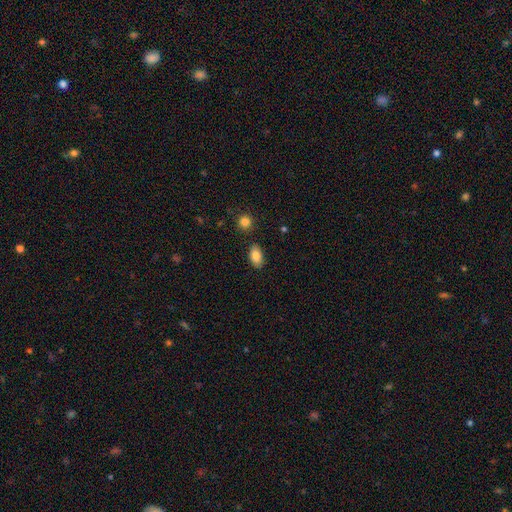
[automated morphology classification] type=smooth (85%); roundness=in between (92%); merging=none (86%).